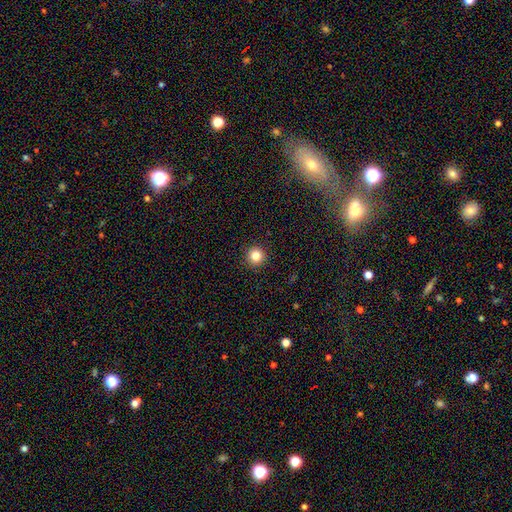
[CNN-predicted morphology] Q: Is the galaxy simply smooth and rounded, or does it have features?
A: smooth — 83%.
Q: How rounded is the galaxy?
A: round — 96%.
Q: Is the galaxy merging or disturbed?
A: none — 93%.